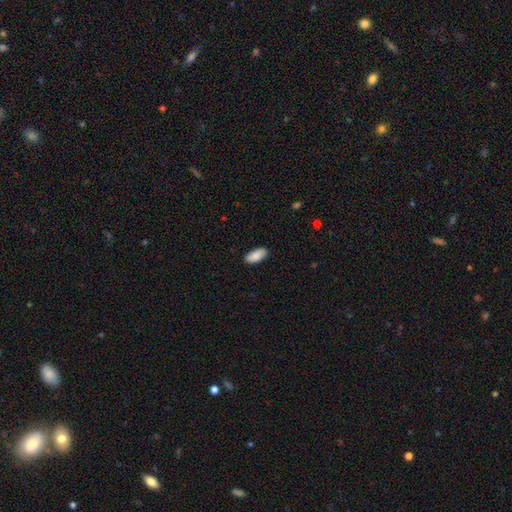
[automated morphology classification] Smooth or featured? smooth (87%)
How rounded? in between (91%)
Merging? none (88%)